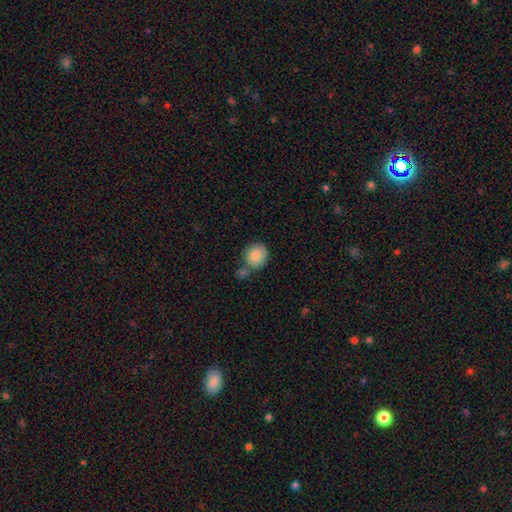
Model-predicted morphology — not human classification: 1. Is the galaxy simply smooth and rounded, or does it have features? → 84% smooth, 8% featured or disk, 8% star or artifact.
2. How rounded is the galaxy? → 85% round, 14% in between, 1% cigar-shaped.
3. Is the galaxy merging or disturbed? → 57% none, 25% merger, 14% minor disturbance, 4% major disturbance.